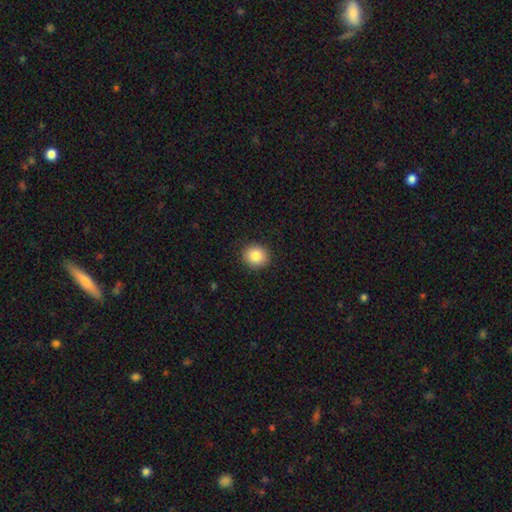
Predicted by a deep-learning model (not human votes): A smooth galaxy with no disk features (86%) that is round (80%).

Vote fractions:
- Smooth or featured? smooth: 86% / star or artifact: 9% / featured or disk: 6%
- How rounded? round: 80% / in between: 19% / cigar-shaped: 1%
- Merging? none: 90% / minor disturbance: 7% / major disturbance: 2% / merger: 1%